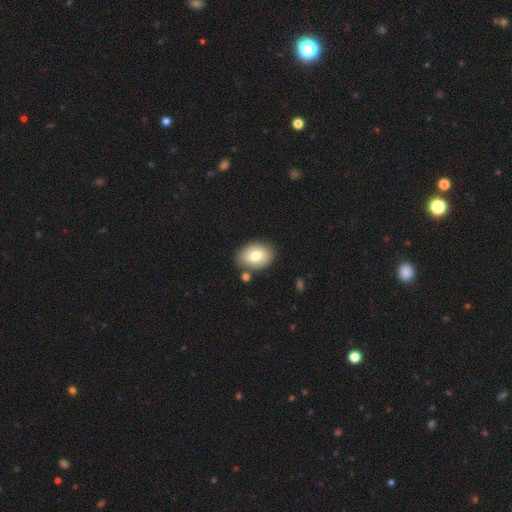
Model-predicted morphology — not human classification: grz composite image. It shows a smooth galaxy with no disk features (76%) that is in between round and cigar-shaped (74%). Merging: none (77%).